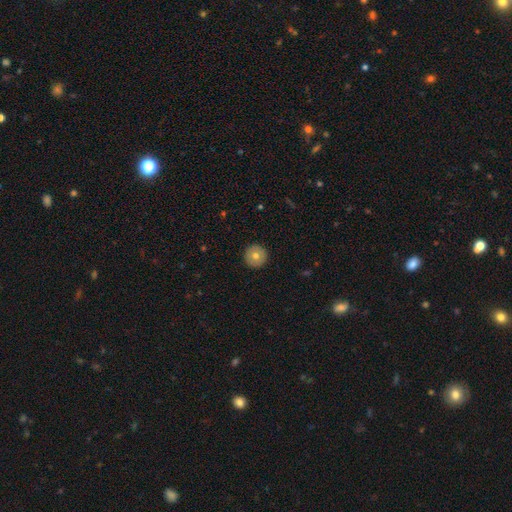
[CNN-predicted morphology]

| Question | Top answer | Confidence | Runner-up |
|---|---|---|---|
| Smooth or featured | smooth | 68% | featured or disk (25%) |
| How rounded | round | 97% | in between (3%) |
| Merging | none | 93% | minor disturbance (5%) |